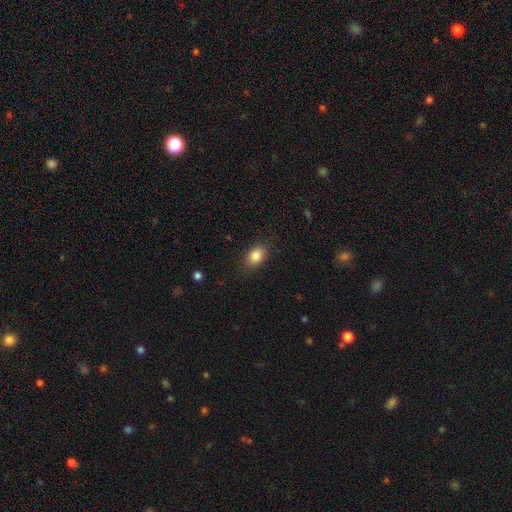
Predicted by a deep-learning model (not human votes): smooth_or_featured: smooth (p=0.85) [alt: star or artifact p=0.09]
how_rounded: in between (p=0.79) [alt: round p=0.19]
merging: none (p=0.84) [alt: minor disturbance p=0.12]